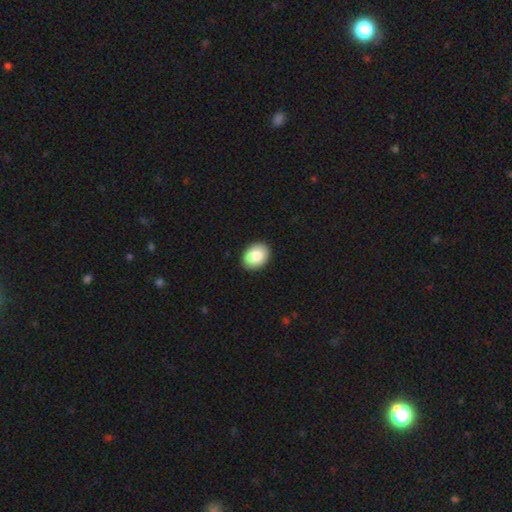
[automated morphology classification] Q: Smooth or featured?
A: smooth (86%); runner-up: featured or disk (7%)
Q: How rounded?
A: in between (68%); runner-up: round (31%)
Q: Merging?
A: none (91%); runner-up: minor disturbance (7%)